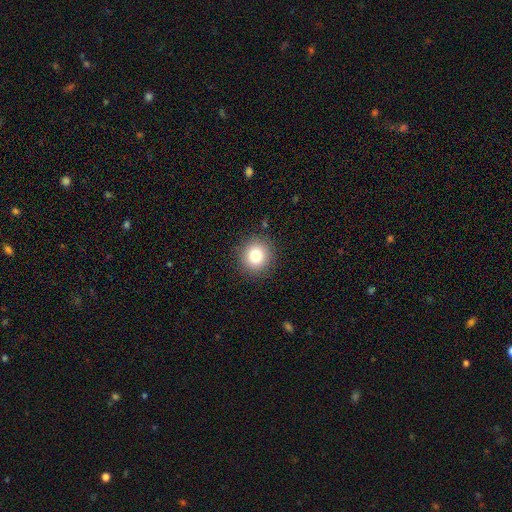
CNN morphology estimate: This is likely a smooth galaxy (80%). How rounded: clearly round (90%). Merging: clearly none (89%).